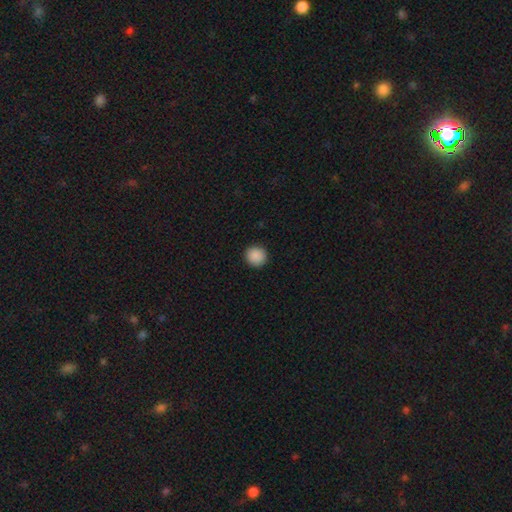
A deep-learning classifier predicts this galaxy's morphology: smooth 89%, star or artifact 8%, featured or disk 2%. Down the decision tree: how rounded — round (94%); merging — none (93%).